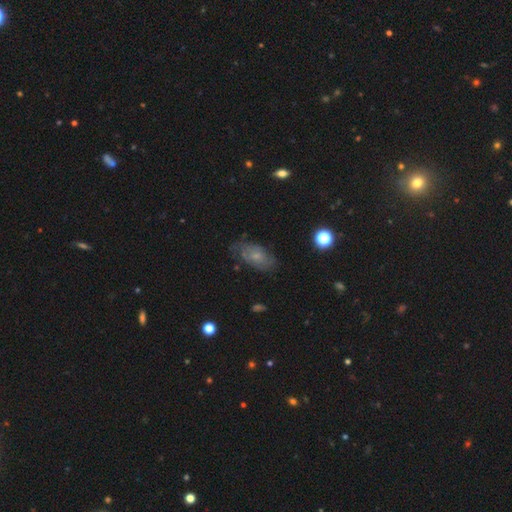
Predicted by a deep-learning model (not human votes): smooth 48%, featured or disk 41%, star or artifact 11%. Down the decision tree: merging — none (66%).